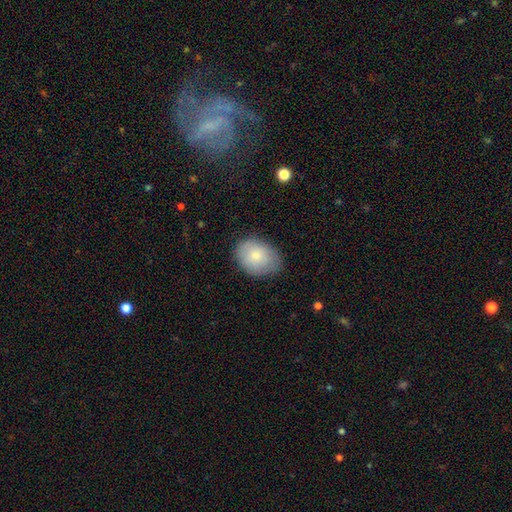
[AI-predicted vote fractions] Morphology: type=smooth (79%); roundness=in between (67%); merging=none (74%).